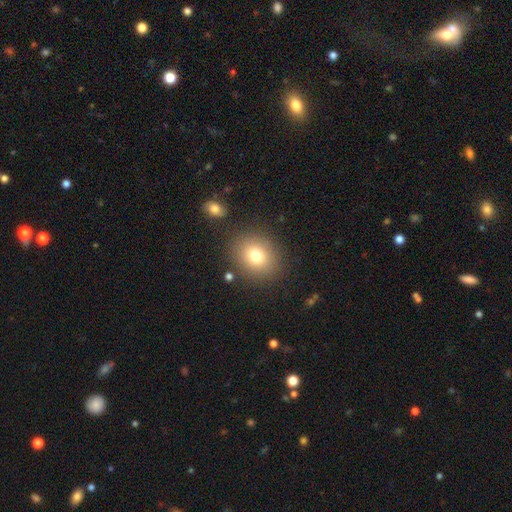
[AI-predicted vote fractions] The model was most divided on "how rounded": round: 64%, in between: 35%, cigar-shaped: 1%. More confident: merging — none (84%); smooth or featured — smooth (77%).